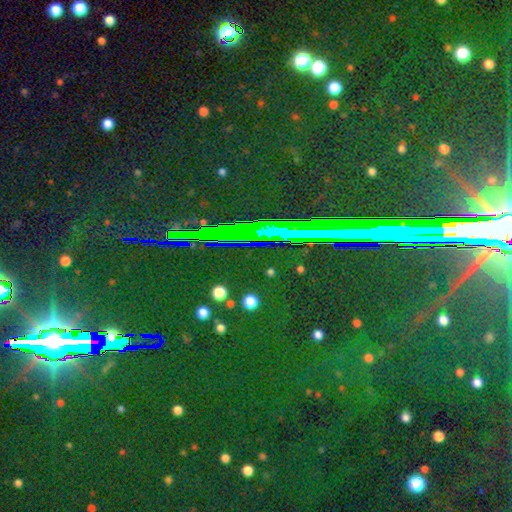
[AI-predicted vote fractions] Smooth or featured: star or artifact — 84% (featured or disk — 9%)